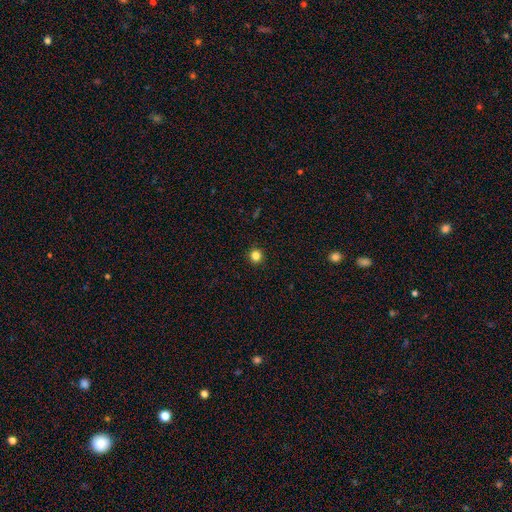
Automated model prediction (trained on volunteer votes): This appears to be a smooth galaxy with no disk features (83%) that is round (95%). Merging: none (93%).